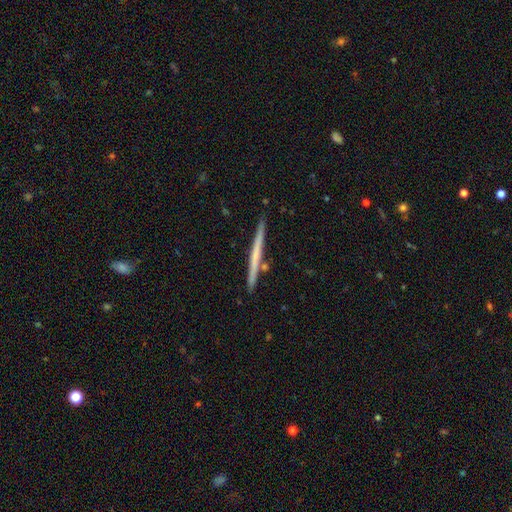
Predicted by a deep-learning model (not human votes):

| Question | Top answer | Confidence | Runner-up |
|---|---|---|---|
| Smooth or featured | featured or disk | 55% | smooth (40%) |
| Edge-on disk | yes | 98% | no (2%) |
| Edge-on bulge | none | 87% | rounded (9%) |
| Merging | none | 90% | minor disturbance (7%) |